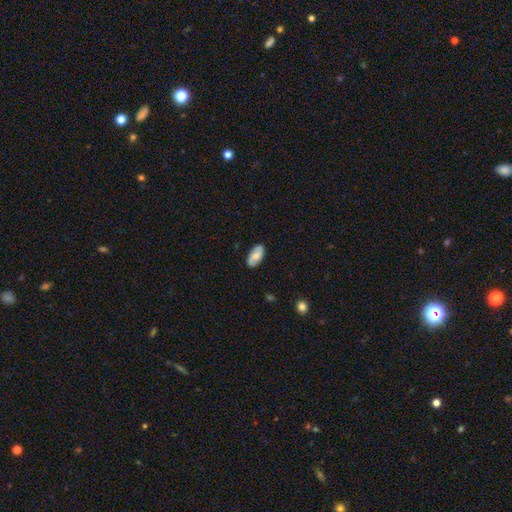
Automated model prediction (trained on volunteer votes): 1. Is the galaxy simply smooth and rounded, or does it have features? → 62% smooth, 32% featured or disk, 7% star or artifact.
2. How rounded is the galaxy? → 92% in between, 5% cigar-shaped, 3% round.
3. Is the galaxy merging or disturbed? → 85% none, 12% minor disturbance, 2% major disturbance, 1% merger.